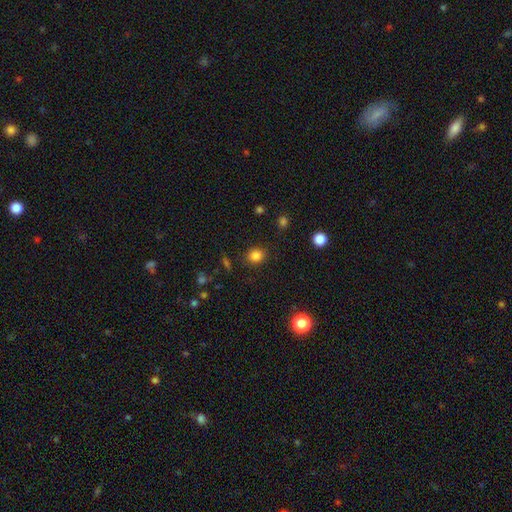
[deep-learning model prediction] Q: Smooth or featured?
A: smooth (83%); runner-up: star or artifact (12%)
Q: How rounded?
A: round (74%); runner-up: in between (25%)
Q: Merging?
A: none (88%); runner-up: minor disturbance (8%)